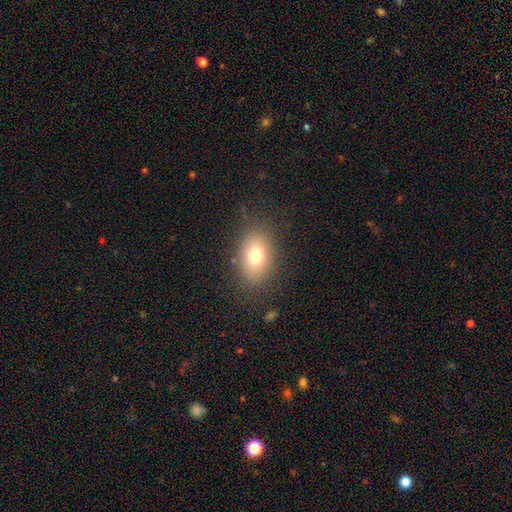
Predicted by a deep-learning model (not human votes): Smooth or featured? Predicted: smooth (p=0.74). How rounded? Predicted: in between (p=0.79). Merging? Predicted: none (p=0.82).